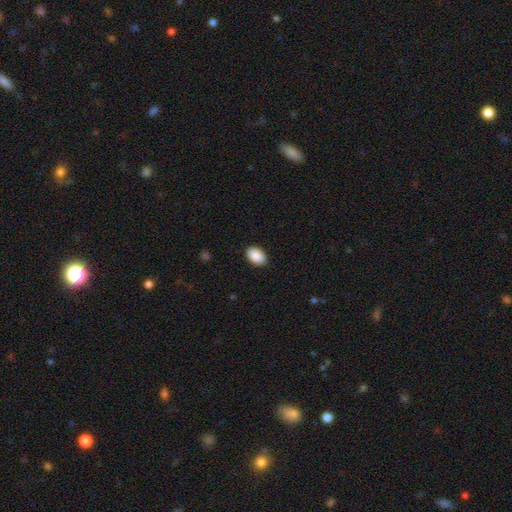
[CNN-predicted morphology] Smooth or featured: smooth — 91% (star or artifact — 7%)
How rounded: in between — 89% (round — 10%)
Merging: none — 89% (minor disturbance — 8%)